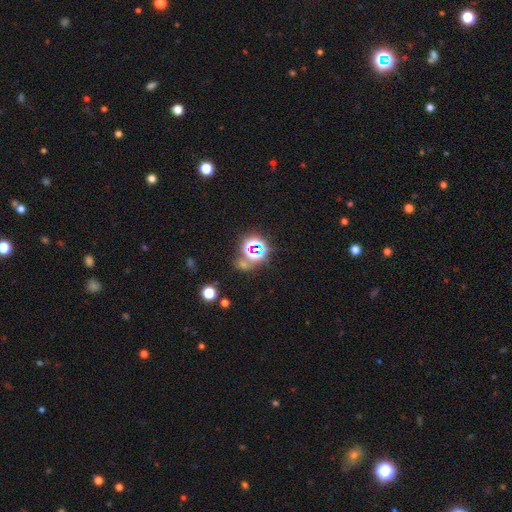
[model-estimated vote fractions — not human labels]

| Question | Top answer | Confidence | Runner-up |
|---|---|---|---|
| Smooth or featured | star or artifact | 76% | smooth (16%) |